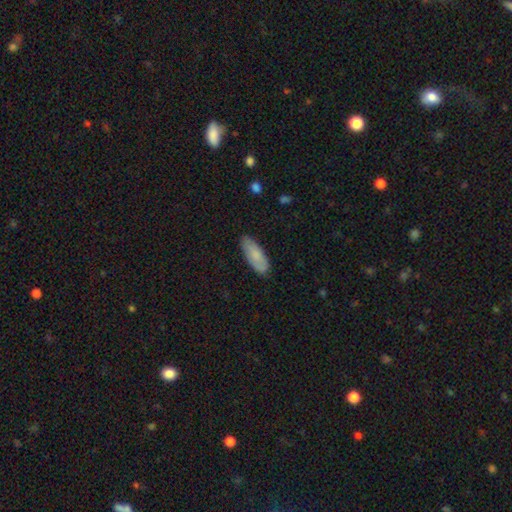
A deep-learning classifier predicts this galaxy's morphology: A smooth galaxy with no disk features (81%) that is in between round and cigar-shaped (74%).

Vote fractions:
- Smooth or featured? smooth: 81% / featured or disk: 14% / star or artifact: 6%
- How rounded? in between: 74% / cigar-shaped: 24% / round: 2%
- Merging? none: 82% / minor disturbance: 14% / major disturbance: 2% / merger: 1%